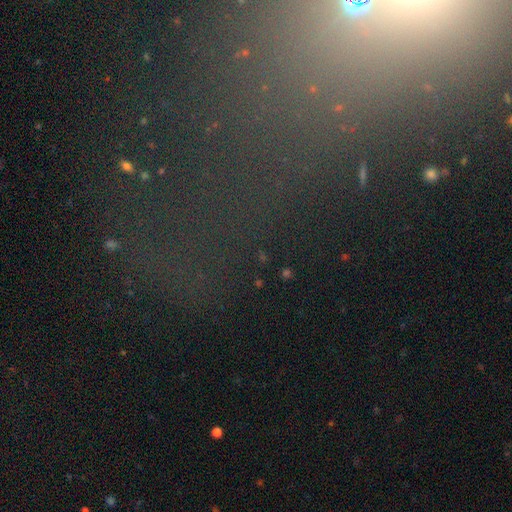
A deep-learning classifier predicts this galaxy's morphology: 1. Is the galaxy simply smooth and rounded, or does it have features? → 65% star or artifact, 20% smooth, 14% featured or disk.